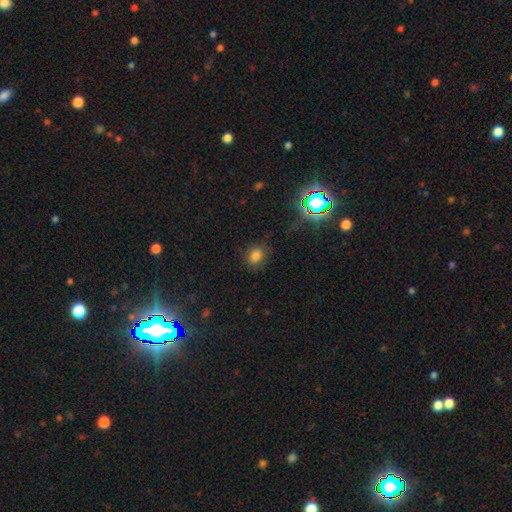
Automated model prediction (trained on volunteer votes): Smooth or featured?
  - smooth: 77% *
  - star or artifact: 17%
  - featured or disk: 6%
How rounded?
  - round: 50% *
  - in between: 49%
  - cigar-shaped: 1%
Merging?
  - none: 77% *
  - minor disturbance: 16%
  - major disturbance: 6%
  - merger: 2%